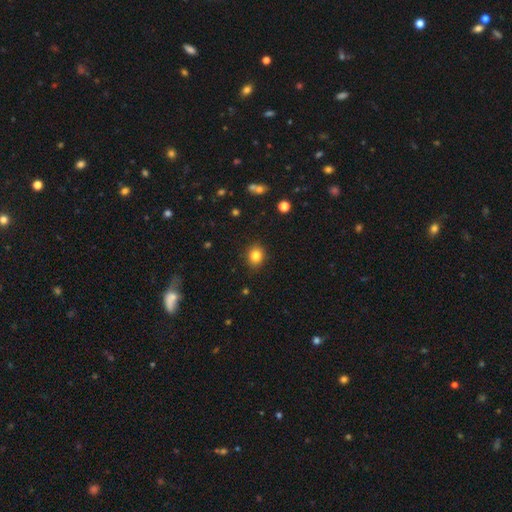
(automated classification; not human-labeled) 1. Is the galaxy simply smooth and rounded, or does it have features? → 83% smooth, 11% star or artifact, 6% featured or disk.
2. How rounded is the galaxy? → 67% round, 32% in between, 1% cigar-shaped.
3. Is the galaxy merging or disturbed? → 89% none, 8% minor disturbance, 2% major disturbance, 1% merger.